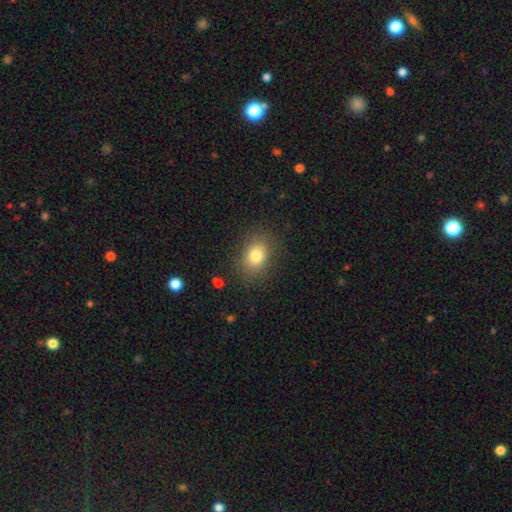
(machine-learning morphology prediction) This appears to be a smooth galaxy with no disk features (80%) that is in between round and cigar-shaped (64%). Merging: none (84%).